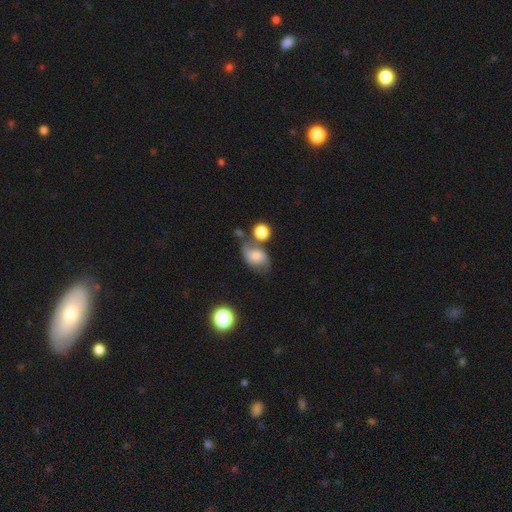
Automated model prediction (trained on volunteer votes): Smooth or featured?
  - featured or disk: 51% *
  - smooth: 38%
  - star or artifact: 11%
Edge-on disk?
  - no: 96% *
  - yes: 4%
Merging?
  - none: 47% *
  - minor disturbance: 24%
  - merger: 17%
  - major disturbance: 12%